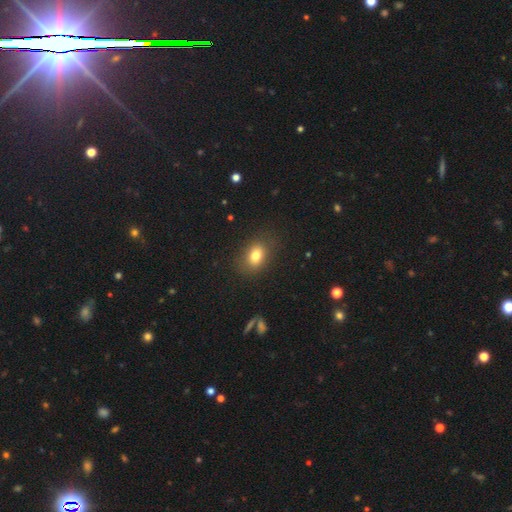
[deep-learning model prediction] A smooth galaxy with no disk features (79%) that is in between round and cigar-shaped (72%).

Vote fractions:
- Smooth or featured? smooth: 79% / star or artifact: 11% / featured or disk: 10%
- How rounded? in between: 72% / round: 26% / cigar-shaped: 1%
- Merging? none: 82% / minor disturbance: 12% / major disturbance: 4% / merger: 1%